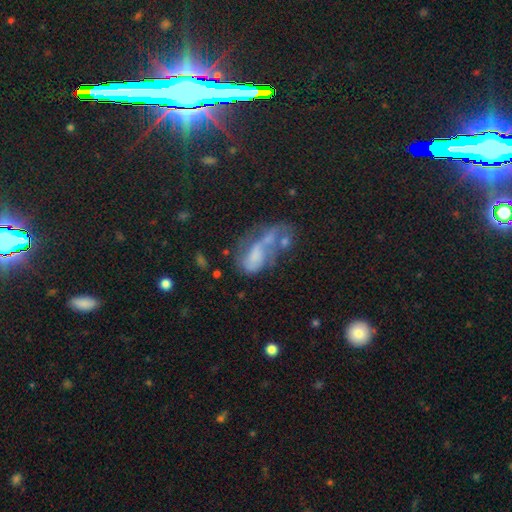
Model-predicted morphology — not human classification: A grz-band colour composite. It shows a featured or disk galaxy (48%). Merging: merger (42%).